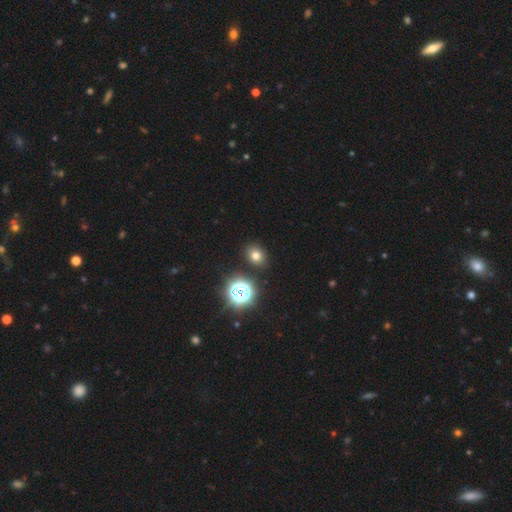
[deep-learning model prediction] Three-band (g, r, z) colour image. It shows a smooth galaxy with no disk features (72%) that is round (57%). Merging: none (88%).